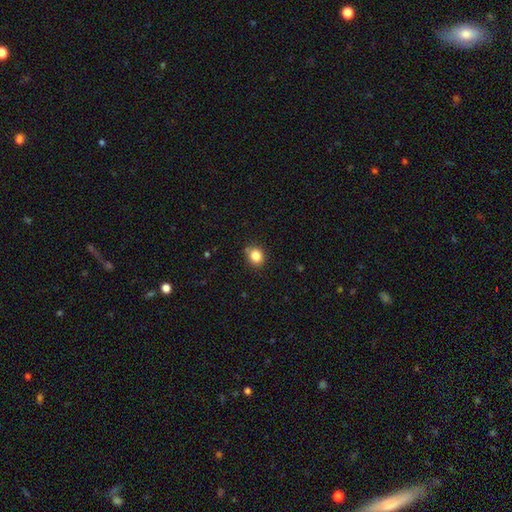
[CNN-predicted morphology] This appears to be a smooth galaxy with no disk features (84%) that is round (70%). Merging: none (78%).